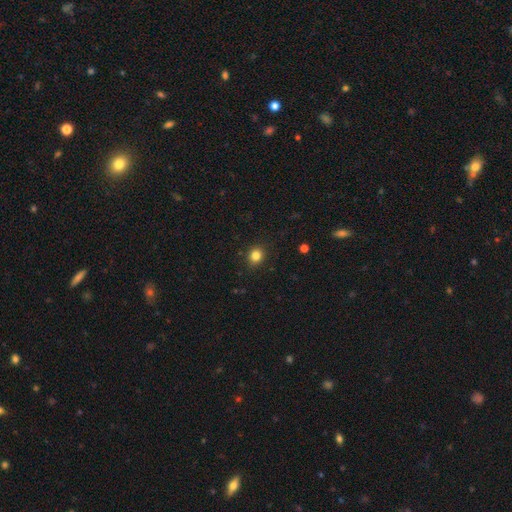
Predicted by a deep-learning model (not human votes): Smooth or featured? Predicted: smooth (p=0.83). How rounded? Predicted: round (p=0.76). Merging? Predicted: none (p=0.90).